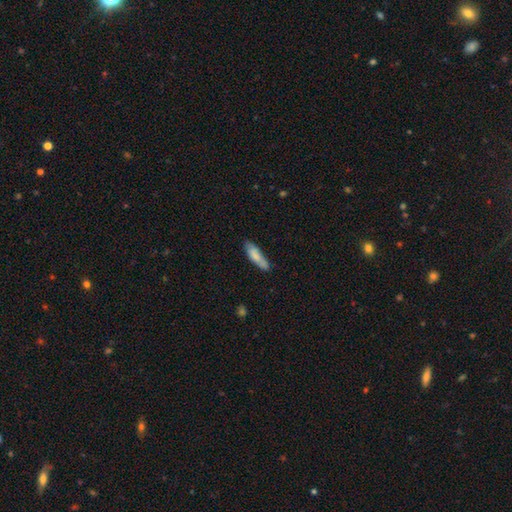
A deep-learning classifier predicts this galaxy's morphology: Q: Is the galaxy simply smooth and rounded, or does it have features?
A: smooth — 76%.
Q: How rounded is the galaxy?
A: cigar-shaped — 57%.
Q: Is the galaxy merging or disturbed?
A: none — 71%.